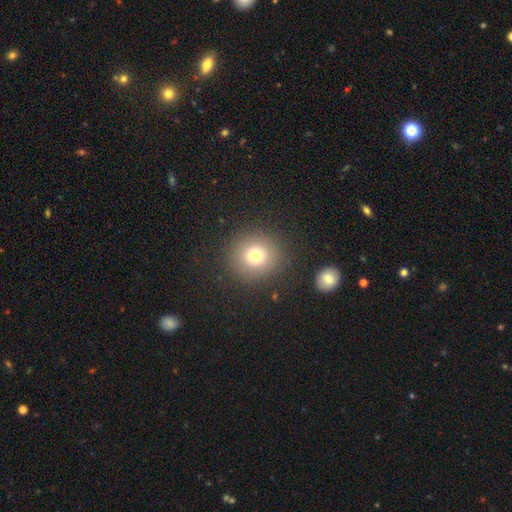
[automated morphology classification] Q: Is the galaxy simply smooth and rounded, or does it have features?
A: smooth — 75%.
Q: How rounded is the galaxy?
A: round — 91%.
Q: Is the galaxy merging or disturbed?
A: none — 87%.